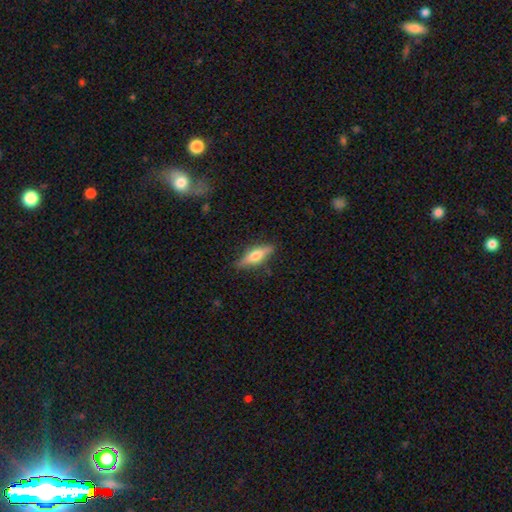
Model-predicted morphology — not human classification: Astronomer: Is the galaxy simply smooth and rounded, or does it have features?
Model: featured or disk — 51% (runner-up: smooth, 43%).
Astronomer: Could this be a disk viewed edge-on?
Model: yes — 93%.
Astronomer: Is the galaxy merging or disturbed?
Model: none — 84%.